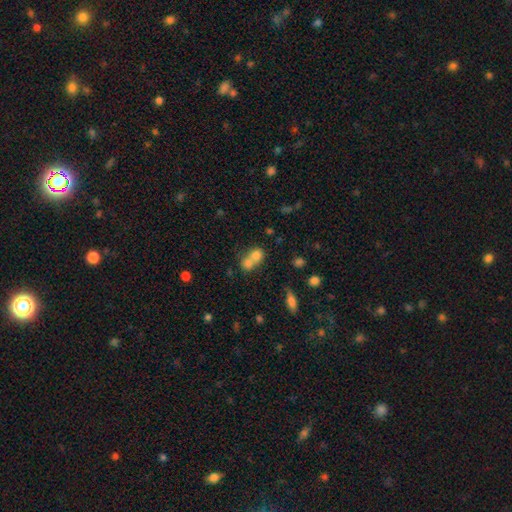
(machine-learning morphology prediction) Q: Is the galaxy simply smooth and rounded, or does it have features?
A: smooth — 74%.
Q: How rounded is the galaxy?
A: round — 67%.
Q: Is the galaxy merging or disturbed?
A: merger — 67%.